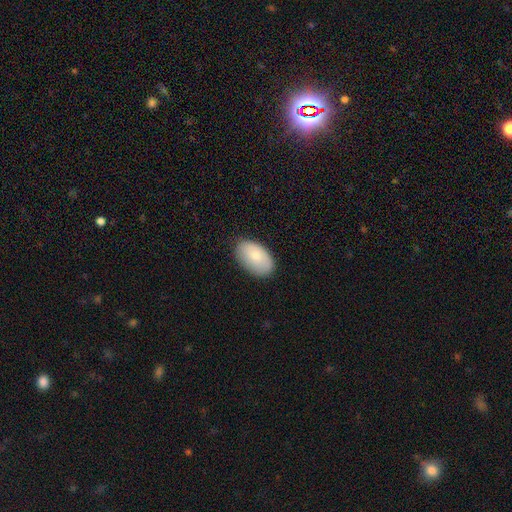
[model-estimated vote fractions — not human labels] Smooth or featured? smooth (81%)
How rounded? in between (94%)
Merging? none (82%)